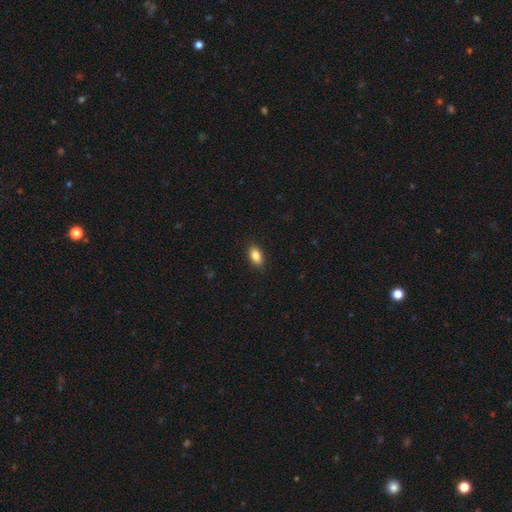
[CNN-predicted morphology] Q: Smooth or featured?
A: smooth (86%); runner-up: star or artifact (8%)
Q: How rounded?
A: in between (90%); runner-up: round (6%)
Q: Merging?
A: none (88%); runner-up: minor disturbance (9%)